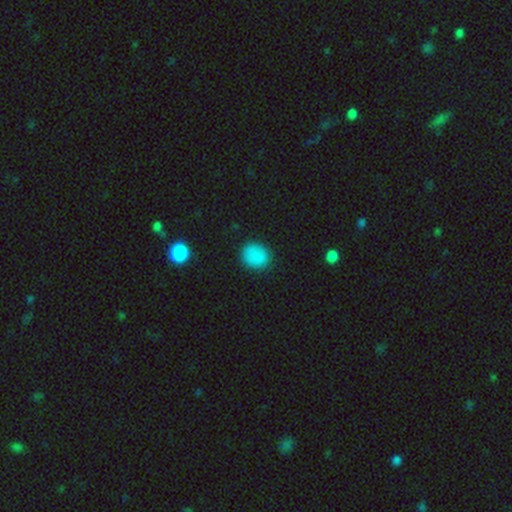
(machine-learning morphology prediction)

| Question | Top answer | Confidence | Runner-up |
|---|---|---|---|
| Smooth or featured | smooth | 83% | star or artifact (13%) |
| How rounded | round | 75% | in between (24%) |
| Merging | none | 86% | minor disturbance (10%) |